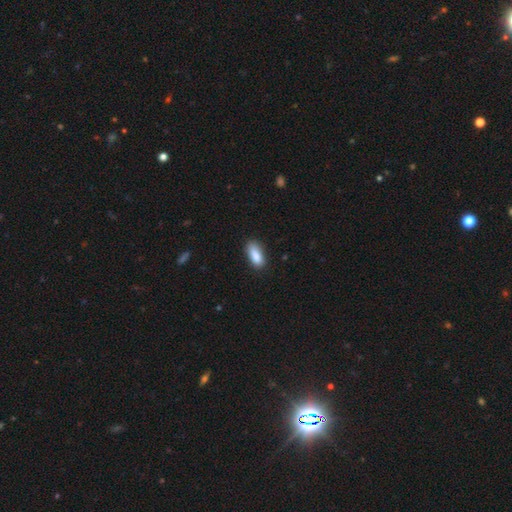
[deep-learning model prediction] The model was most divided on "merging": none: 76%, minor disturbance: 19%, major disturbance: 3%, merger: 2%. More confident: smooth or featured — smooth (87%); how rounded — in between (83%).